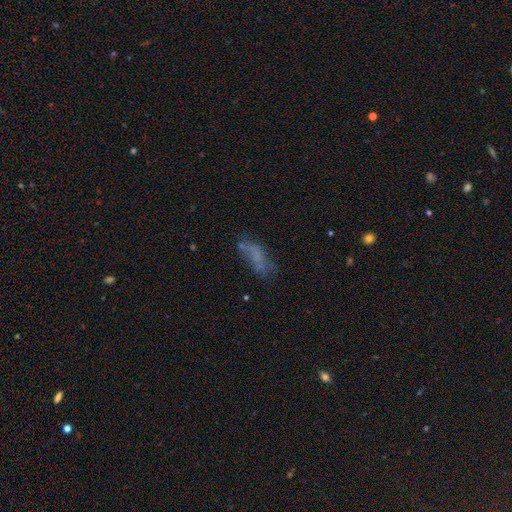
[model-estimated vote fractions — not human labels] smooth_or_featured: smooth (p=0.54) [alt: featured or disk p=0.30]
how_rounded: in between (p=0.59) [alt: cigar-shaped p=0.38]
merging: none (p=0.46) [alt: minor disturbance p=0.23]